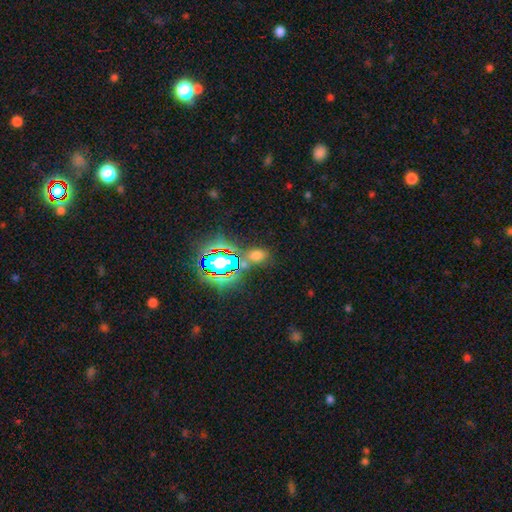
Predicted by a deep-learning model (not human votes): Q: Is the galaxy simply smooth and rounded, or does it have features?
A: smooth — 51%.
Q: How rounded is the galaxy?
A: in between — 67%.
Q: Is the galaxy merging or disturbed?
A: none — 69%.